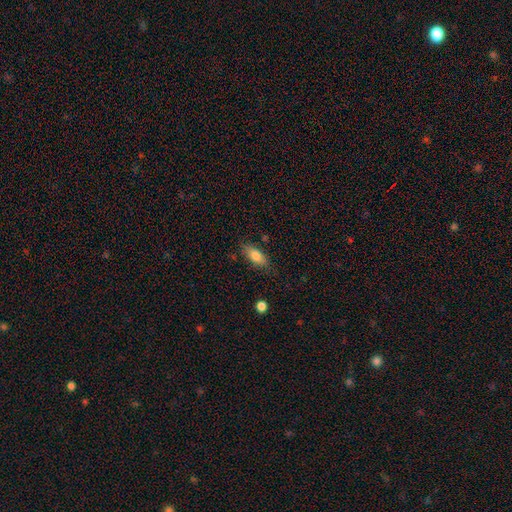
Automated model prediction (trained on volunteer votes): smooth_or_featured: smooth (p=0.80) [alt: featured or disk p=0.13]
how_rounded: in between (p=0.81) [alt: cigar-shaped p=0.16]
merging: none (p=0.78) [alt: minor disturbance p=0.16]